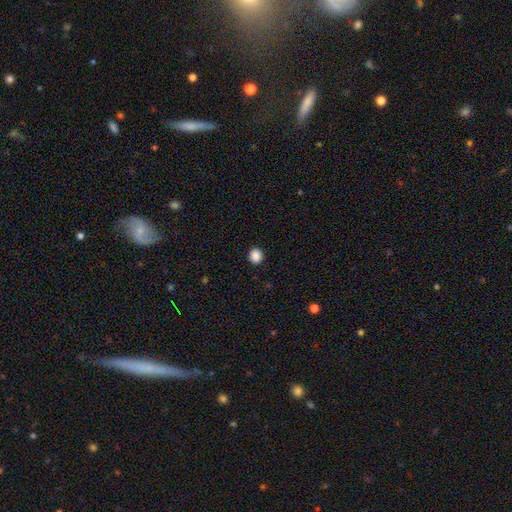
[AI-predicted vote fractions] A smooth galaxy with no disk features (88%) that is round (82%).

Vote fractions:
- Smooth or featured? smooth: 88% / star or artifact: 10% / featured or disk: 2%
- How rounded? round: 82% / in between: 17% / cigar-shaped: 1%
- Merging? none: 92% / minor disturbance: 5% / major disturbance: 2% / merger: 1%